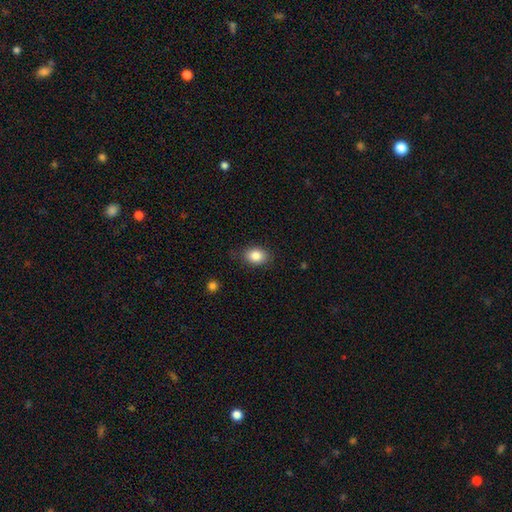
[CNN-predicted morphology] Overall: smooth (85%). How rounded: in between (73%). Merging: none (83%).